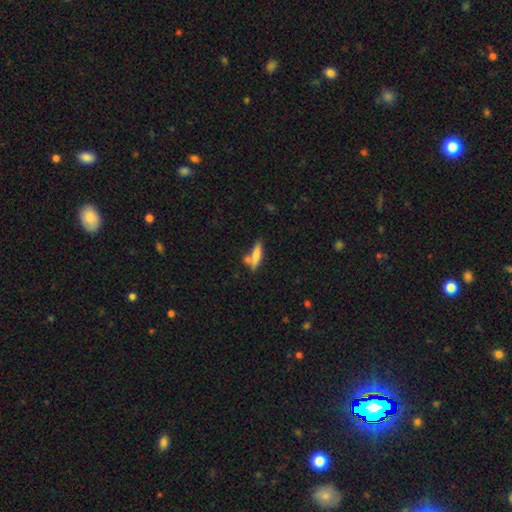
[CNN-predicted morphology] Smooth or featured: smooth — 71% (featured or disk — 22%)
How rounded: cigar-shaped — 73% (in between — 25%)
Merging: none — 57% (merger — 23%)